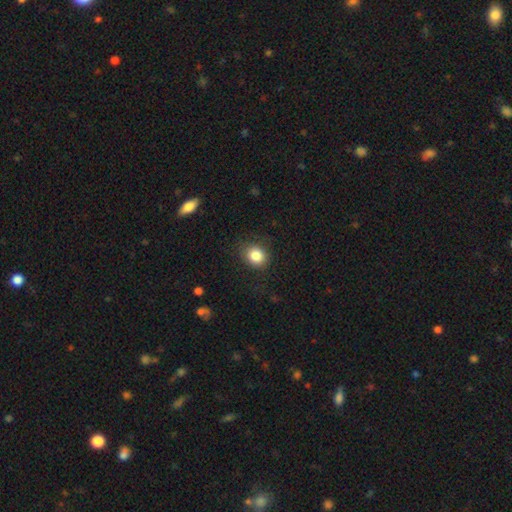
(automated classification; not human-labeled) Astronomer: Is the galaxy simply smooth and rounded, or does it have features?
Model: smooth — 85%.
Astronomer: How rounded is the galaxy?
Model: round — 67%.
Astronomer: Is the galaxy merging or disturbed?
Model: none — 82%.